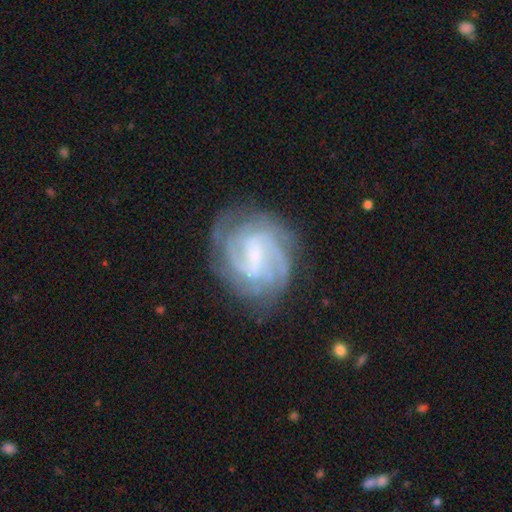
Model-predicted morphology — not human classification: The model was most divided on "spiral arm count": 2: 33%, can't tell: 25%, 3: 23%, 4: 10%, more than 4: 5%, 1: 5%. Remaining: edge-on disk — no (98%); spiral arms — yes (96%); smooth or featured — featured or disk (86%); merging — none (75%); spiral winding — tight (55%); bar — weak (53%); bulge size — small (48%).